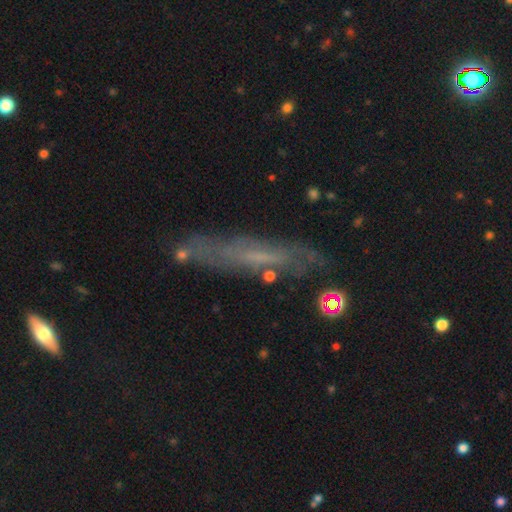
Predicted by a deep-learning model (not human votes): Q: Smooth or featured?
A: featured or disk (58%); runner-up: smooth (33%)
Q: Edge-on disk?
A: yes (55%); runner-up: no (45%)
Q: Merging?
A: none (70%); runner-up: minor disturbance (19%)